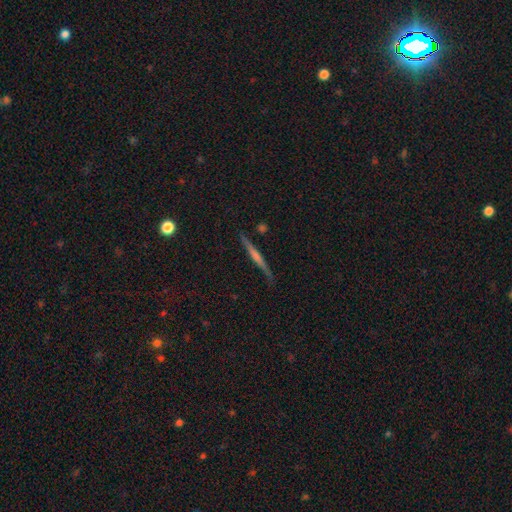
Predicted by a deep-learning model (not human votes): This is likely a featured or disk galaxy (65%). It is clearly viewed edge-on (97%). Edge-on bulge: marginally none (43%). Merging: clearly none (87%).